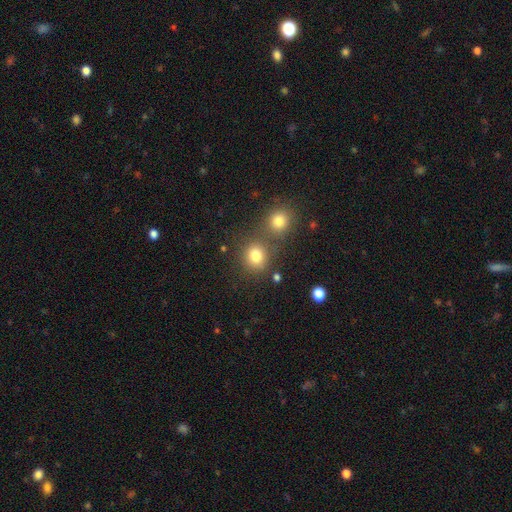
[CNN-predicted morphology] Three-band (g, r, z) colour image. It shows a smooth galaxy with no disk features (79%) that is round (81%). Merging: none (63%).